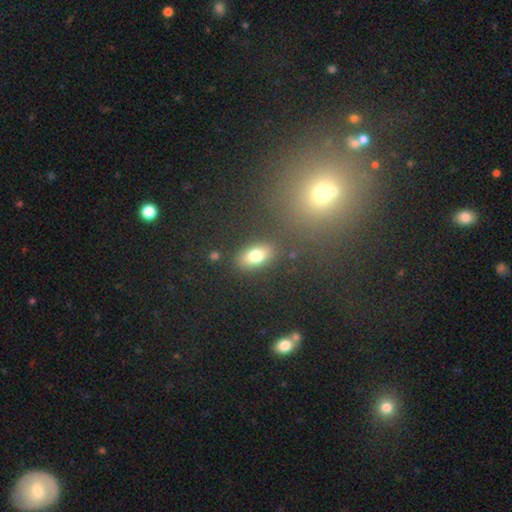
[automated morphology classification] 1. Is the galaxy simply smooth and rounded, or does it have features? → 76% smooth, 12% star or artifact, 12% featured or disk.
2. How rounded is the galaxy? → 81% in between, 13% round, 6% cigar-shaped.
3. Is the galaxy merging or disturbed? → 84% none, 10% minor disturbance, 4% major disturbance, 3% merger.